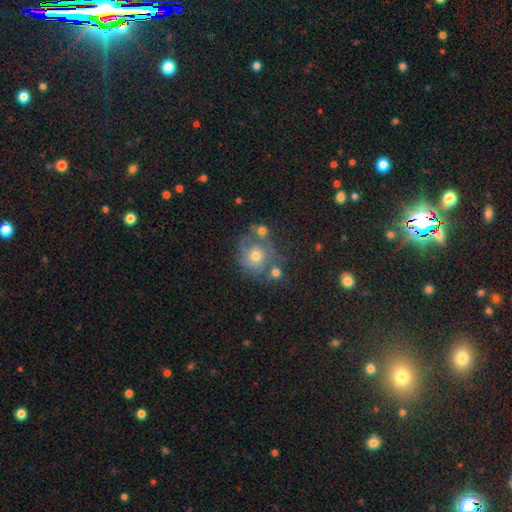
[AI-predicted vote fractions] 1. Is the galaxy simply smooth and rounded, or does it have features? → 50% smooth, 37% featured or disk, 14% star or artifact.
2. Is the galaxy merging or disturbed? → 47% none, 24% merger, 17% minor disturbance, 12% major disturbance.